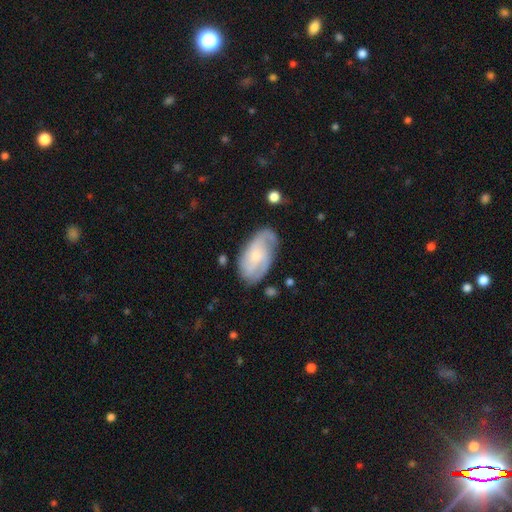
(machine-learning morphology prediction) featured or disk 69%, smooth 25%, star or artifact 6%. Down the decision tree: edge-on disk — no (95%); bar — no (69%); spiral arms — yes (91%); spiral arm count — 2 (32%); spiral winding — tight (43%); bulge size — small (63%); merging — none (68%).